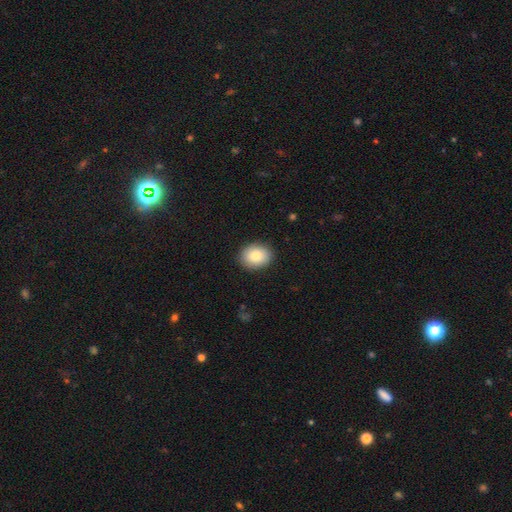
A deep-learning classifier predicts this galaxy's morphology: The model was most divided on "how rounded": in between: 51%, round: 48%, cigar-shaped: 1%. More confident: merging — none (89%); smooth or featured — smooth (83%).